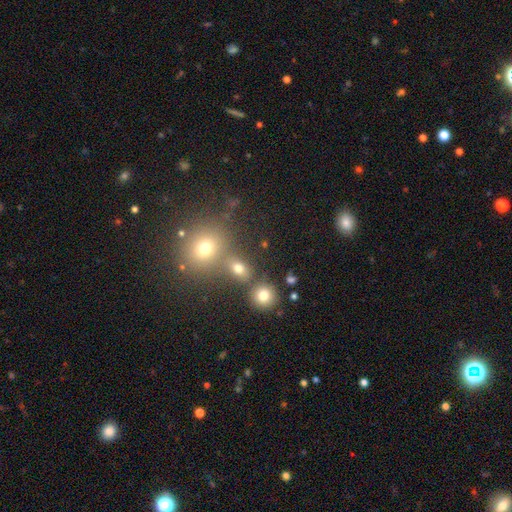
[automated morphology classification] This appears to be a smooth galaxy with no disk features (47%). Merging: none (66%).